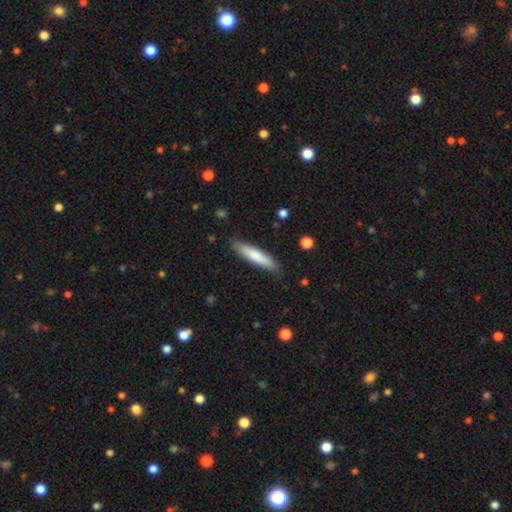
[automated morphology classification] The model was most divided on "smooth or featured": smooth: 76%, featured or disk: 19%, star or artifact: 5%. More confident: merging — none (86%); how rounded — cigar-shaped (85%).